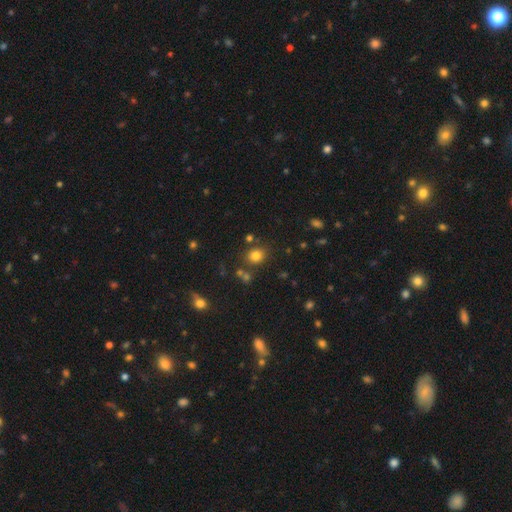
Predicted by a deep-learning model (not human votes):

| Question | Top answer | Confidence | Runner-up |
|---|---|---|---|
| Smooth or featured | smooth | 78% | star or artifact (15%) |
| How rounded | round | 71% | in between (28%) |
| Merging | none | 76% | minor disturbance (11%) |